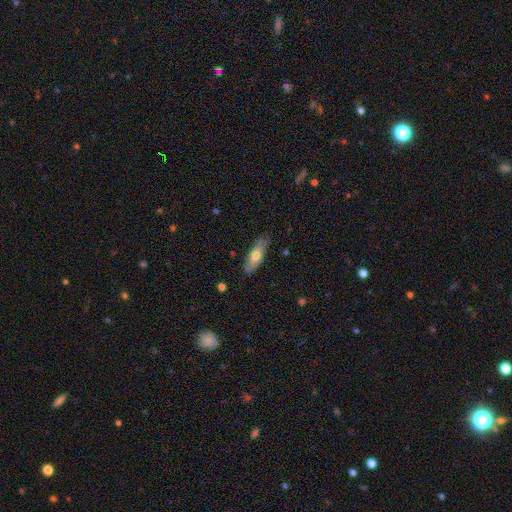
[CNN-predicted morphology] This is possibly a smooth galaxy (57%). How rounded: possibly in between (57%). Merging: likely none (80%).